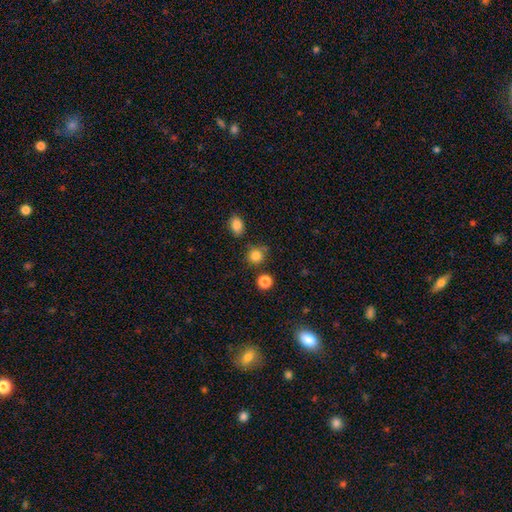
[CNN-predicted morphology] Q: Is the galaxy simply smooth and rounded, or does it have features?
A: smooth — 83%.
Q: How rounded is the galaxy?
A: round — 88%.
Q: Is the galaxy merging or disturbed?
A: none — 78%.